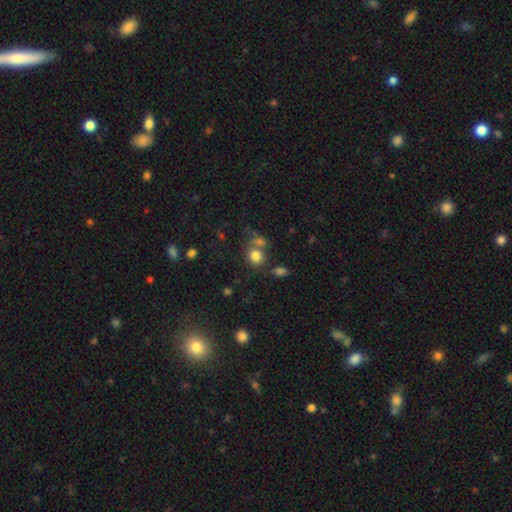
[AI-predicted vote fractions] Morphology: type=smooth (78%); roundness=round (75%); merging=none (57%).